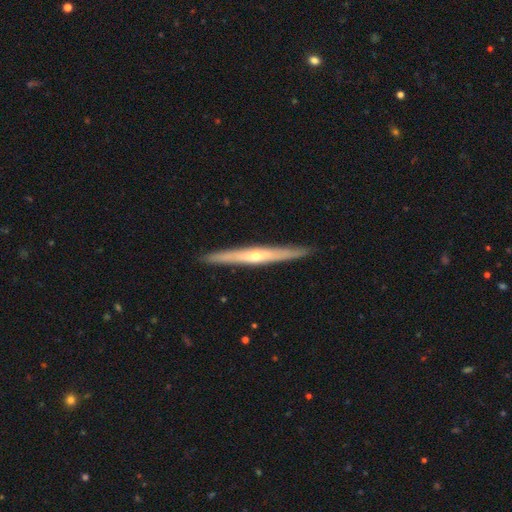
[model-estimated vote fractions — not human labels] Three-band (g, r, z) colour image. It shows a featured or disk galaxy (70%) viewed edge-on (96%) with a rounded central bulge (73%). Merging: none (91%).